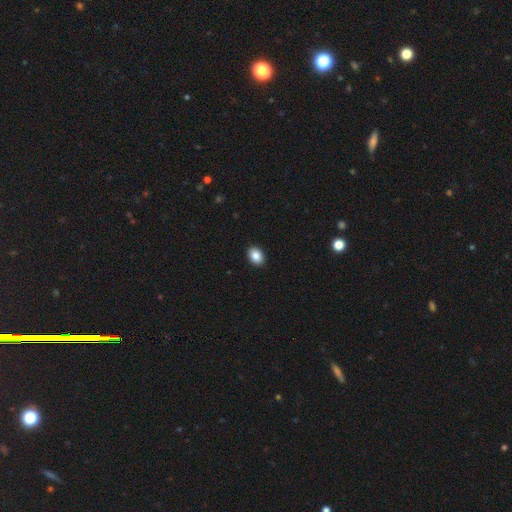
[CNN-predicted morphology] Smooth or featured? smooth (88%)
How rounded? in between (73%)
Merging? none (92%)